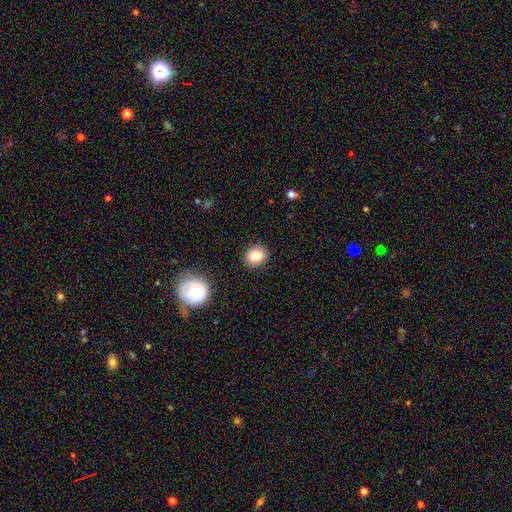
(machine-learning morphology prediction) A smooth galaxy with no disk features (83%) that is round (72%).

Vote fractions:
- Smooth or featured? smooth: 83% / star or artifact: 10% / featured or disk: 7%
- How rounded? round: 72% / in between: 27% / cigar-shaped: 1%
- Merging? none: 89% / minor disturbance: 7% / major disturbance: 2% / merger: 2%